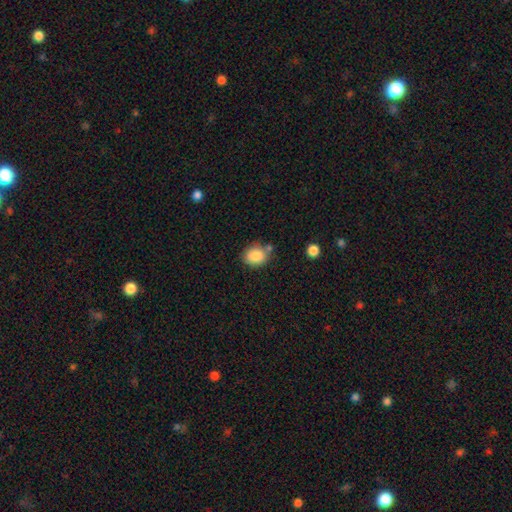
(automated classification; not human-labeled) The model was most divided on "how rounded": round: 53%, in between: 46%, cigar-shaped: 1%. More confident: smooth or featured — smooth (86%); merging — none (69%).